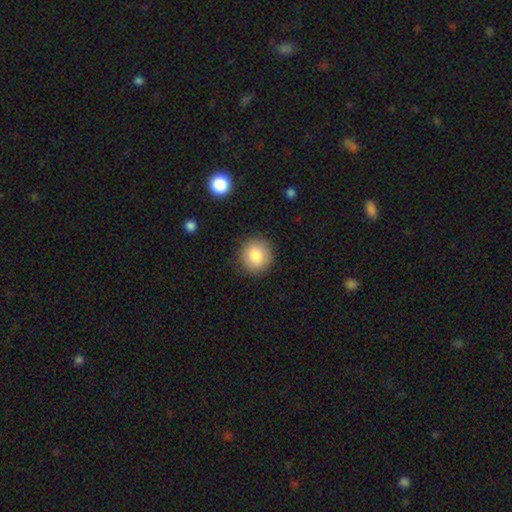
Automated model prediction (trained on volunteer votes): smooth-or-featured: smooth: 85% | star or artifact: 8% | featured or disk: 7%
  how-rounded: round: 91% | in between: 8% | cigar-shaped: 1%
  merging: none: 89% | minor disturbance: 7% | major disturbance: 2% | merger: 1%